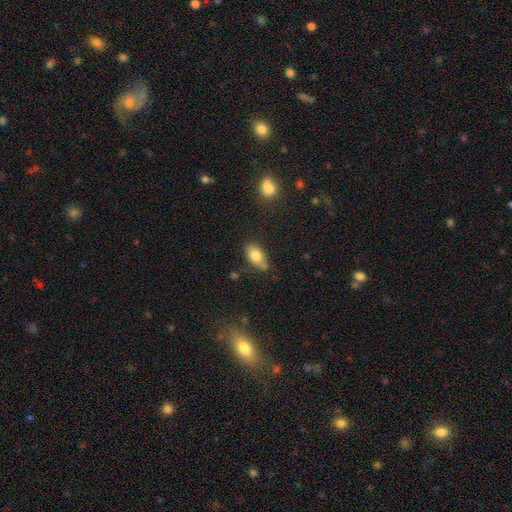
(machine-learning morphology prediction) smooth 79%, featured or disk 13%, star or artifact 8%. Down the decision tree: how rounded — in between (90%); merging — none (65%).